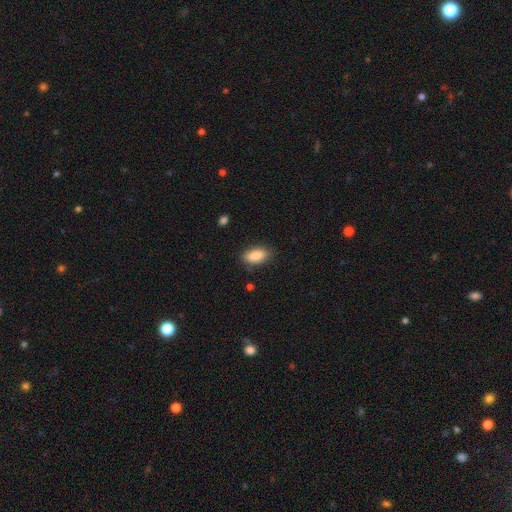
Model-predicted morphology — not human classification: The model was most divided on "merging": none: 84%, minor disturbance: 12%, major disturbance: 3%, merger: 1%. More confident: smooth or featured — smooth (88%); how rounded — in between (88%).